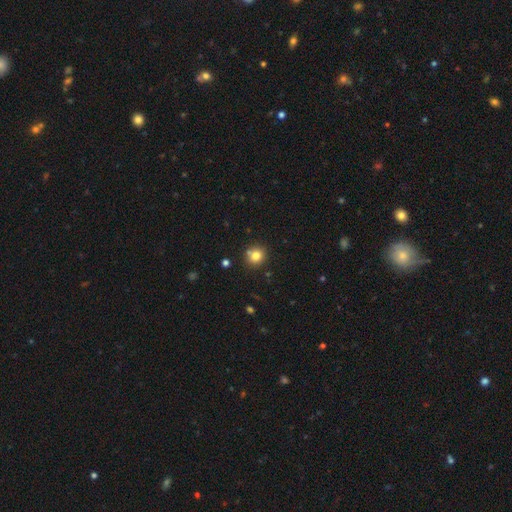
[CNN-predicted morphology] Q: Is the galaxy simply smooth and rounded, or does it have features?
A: smooth — 79%.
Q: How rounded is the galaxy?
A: round — 89%.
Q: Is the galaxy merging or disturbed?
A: none — 79%.